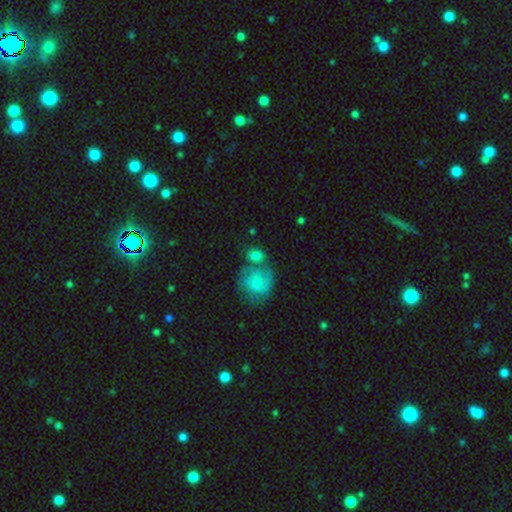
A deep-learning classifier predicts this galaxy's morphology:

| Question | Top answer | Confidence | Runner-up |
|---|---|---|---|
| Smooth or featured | smooth | 55% | featured or disk (36%) |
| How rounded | round | 56% | in between (42%) |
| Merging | merger | 42% | none (38%) |